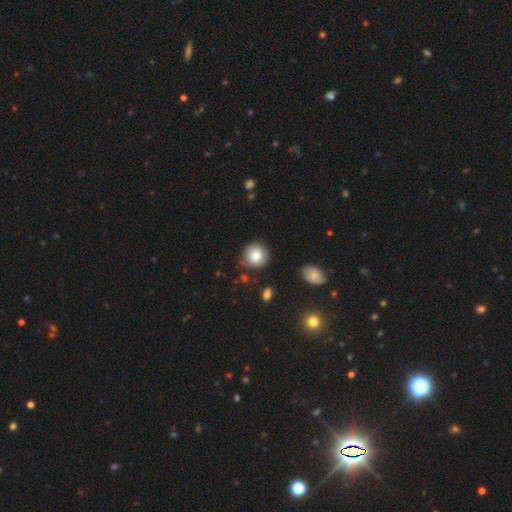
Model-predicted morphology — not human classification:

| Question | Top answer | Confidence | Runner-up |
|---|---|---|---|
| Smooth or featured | smooth | 83% | featured or disk (9%) |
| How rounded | round | 91% | in between (8%) |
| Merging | none | 83% | minor disturbance (12%) |